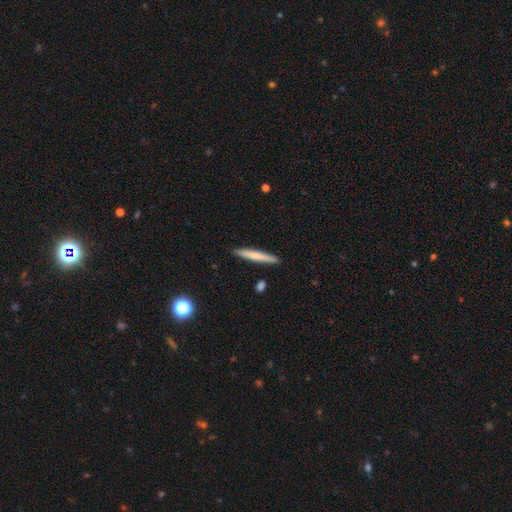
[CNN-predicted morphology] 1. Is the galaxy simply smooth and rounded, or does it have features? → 68% smooth, 27% featured or disk, 6% star or artifact.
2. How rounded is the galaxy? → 95% cigar-shaped, 4% in between, 1% round.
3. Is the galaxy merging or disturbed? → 90% none, 7% minor disturbance, 2% merger, 1% major disturbance.